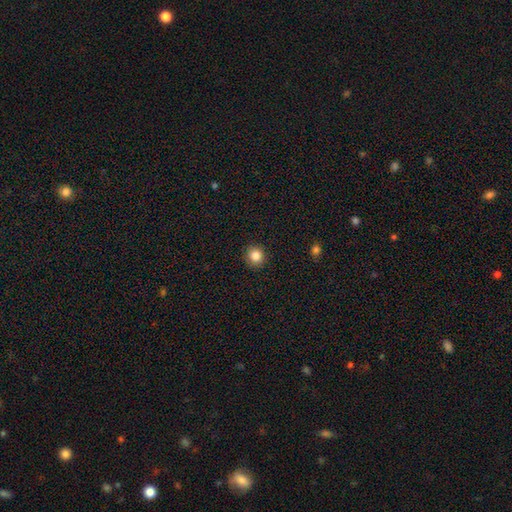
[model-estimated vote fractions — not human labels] Morphology: type=smooth (85%); roundness=round (90%); merging=none (91%).